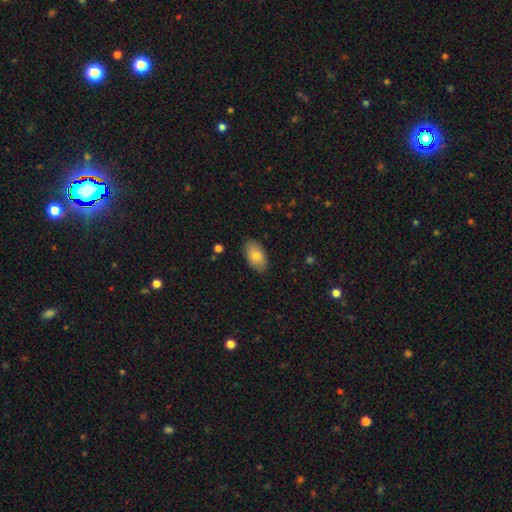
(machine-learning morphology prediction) A smooth galaxy with no disk features (80%) that is in between round and cigar-shaped (93%). Merging: none (85%).